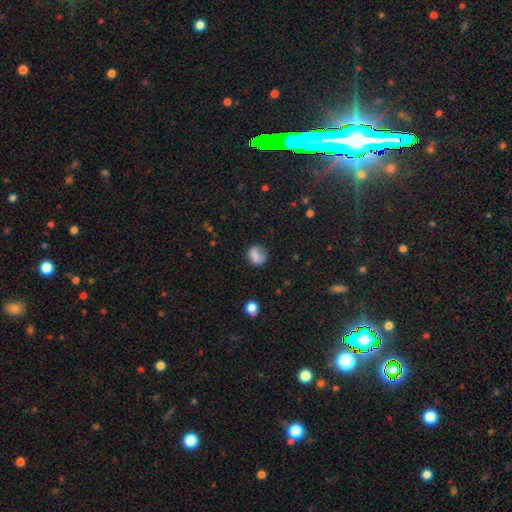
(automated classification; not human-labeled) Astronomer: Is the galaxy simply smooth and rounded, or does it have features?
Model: smooth — 80%.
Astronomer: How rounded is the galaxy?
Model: round — 74%.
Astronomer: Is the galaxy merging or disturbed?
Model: none — 64%.